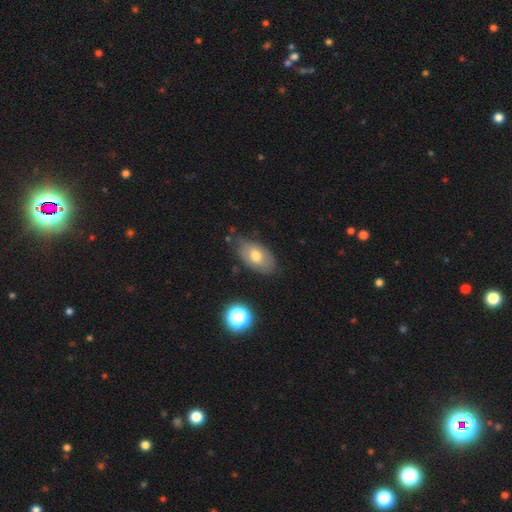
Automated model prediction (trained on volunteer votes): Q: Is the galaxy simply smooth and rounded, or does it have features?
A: smooth — 64%.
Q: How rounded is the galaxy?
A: in between — 91%.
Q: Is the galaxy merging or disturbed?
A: none — 73%.